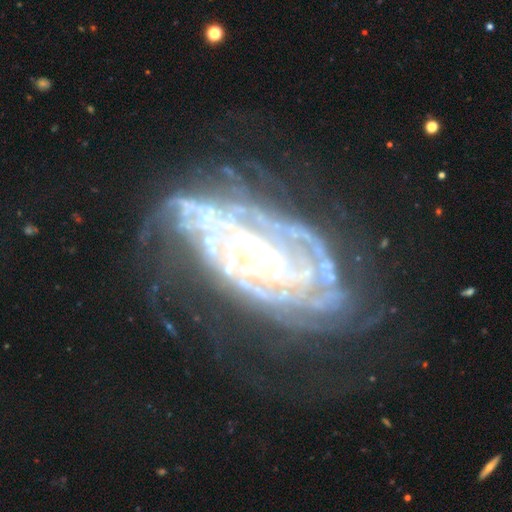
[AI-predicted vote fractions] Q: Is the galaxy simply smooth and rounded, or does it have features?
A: featured or disk — 88%.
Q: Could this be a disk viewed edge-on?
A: no — 94%.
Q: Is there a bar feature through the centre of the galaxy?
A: no — 66%.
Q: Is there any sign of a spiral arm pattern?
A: yes — 95%.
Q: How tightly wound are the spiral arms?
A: tight — 79%.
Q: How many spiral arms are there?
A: can't tell — 38%.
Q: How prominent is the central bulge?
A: small — 82%.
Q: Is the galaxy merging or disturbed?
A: none — 57%.